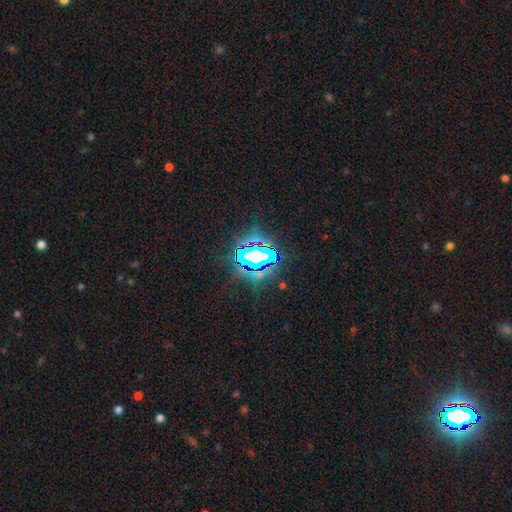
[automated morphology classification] Smooth or featured: star or artifact — 68% (smooth — 17%)